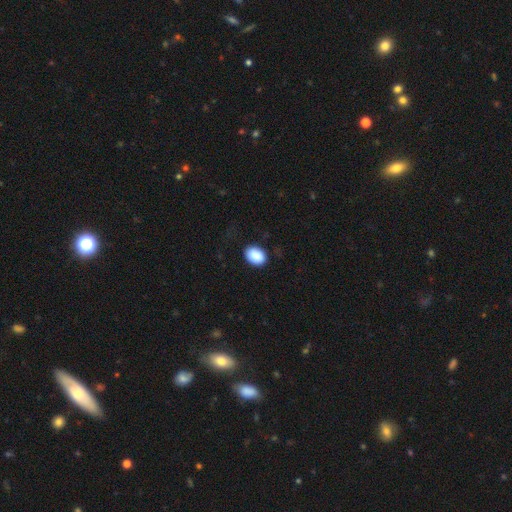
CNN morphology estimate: This is clearly a smooth galaxy (89%). How rounded: likely in between (77%). Merging: clearly none (83%).